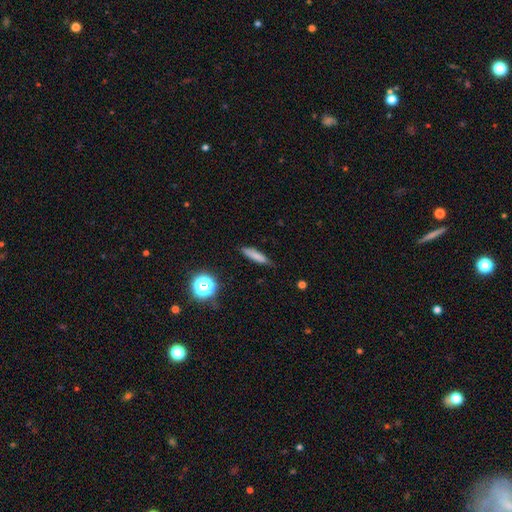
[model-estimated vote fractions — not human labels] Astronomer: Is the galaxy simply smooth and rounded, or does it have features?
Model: smooth — 77%.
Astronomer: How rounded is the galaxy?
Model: cigar-shaped — 80%.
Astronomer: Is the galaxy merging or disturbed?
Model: none — 80%.